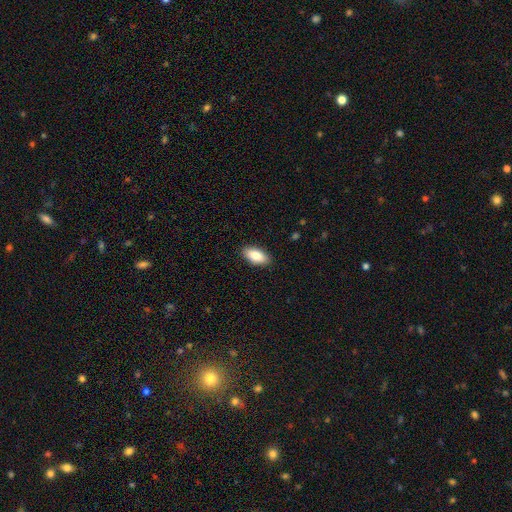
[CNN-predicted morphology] smooth 84%, featured or disk 10%, star or artifact 6%. Down the decision tree: how rounded — in between (91%); merging — none (89%).